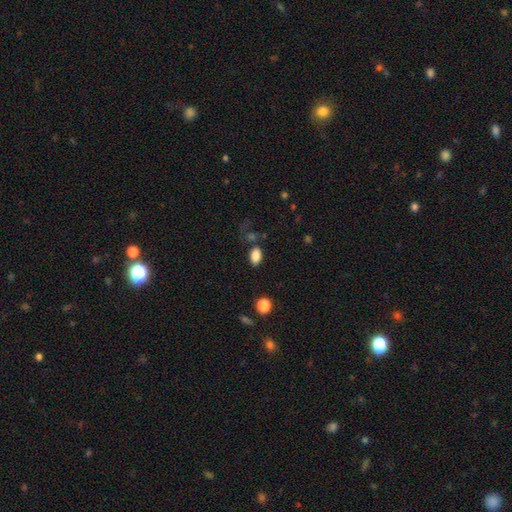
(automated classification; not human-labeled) Morphology: type=smooth (86%); roundness=in between (89%); merging=none (78%).